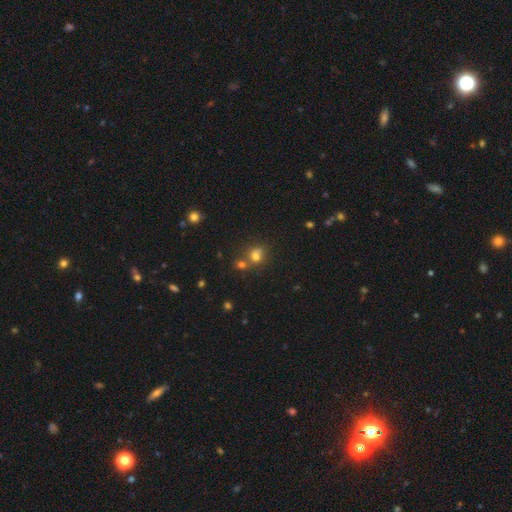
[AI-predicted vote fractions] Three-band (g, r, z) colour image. It shows a smooth galaxy with no disk features (70%) that is round (69%). Merging: merger (45%).